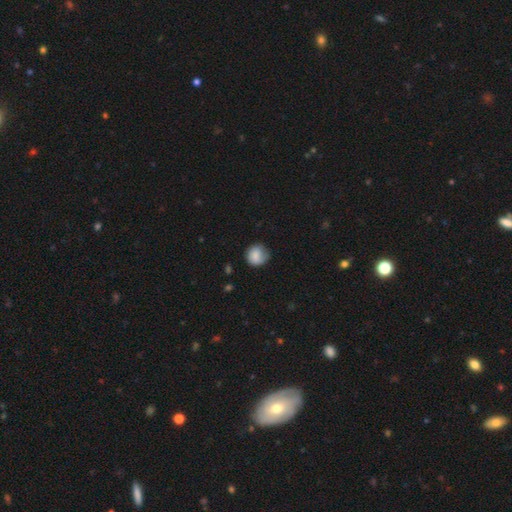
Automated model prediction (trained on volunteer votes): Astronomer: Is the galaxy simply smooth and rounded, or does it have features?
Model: smooth — 83%.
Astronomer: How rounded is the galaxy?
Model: round — 87%.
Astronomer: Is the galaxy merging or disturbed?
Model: none — 69%.